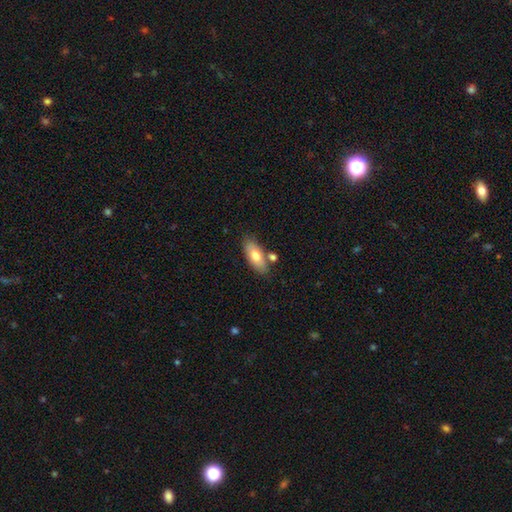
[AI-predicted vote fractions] smooth-or-featured: smooth: 72% | featured or disk: 21% | star or artifact: 6%
  how-rounded: in between: 81% | cigar-shaped: 16% | round: 3%
  merging: none: 73% | minor disturbance: 13% | merger: 11% | major disturbance: 3%